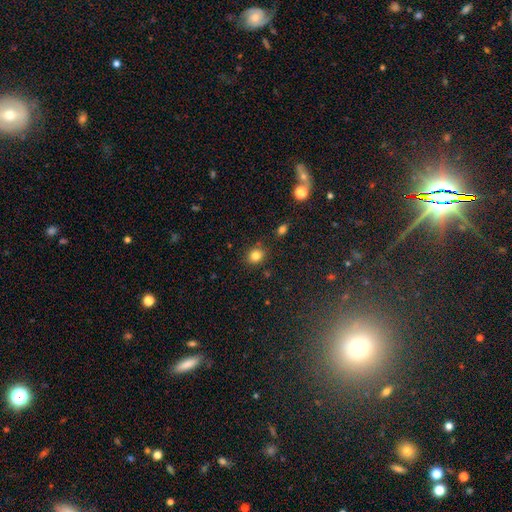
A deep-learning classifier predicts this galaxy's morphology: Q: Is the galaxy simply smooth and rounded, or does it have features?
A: smooth — 82%.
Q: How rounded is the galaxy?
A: round — 76%.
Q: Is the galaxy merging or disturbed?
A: none — 83%.